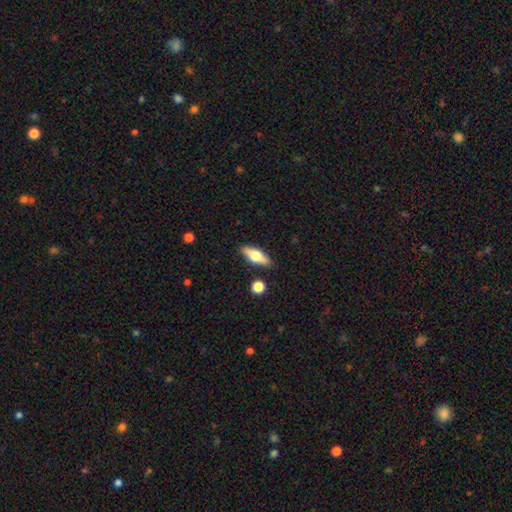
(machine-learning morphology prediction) Overall: smooth (54%; featured or disk 39%). How rounded: in between (64%; cigar-shaped 32%). Merging: none (87%).